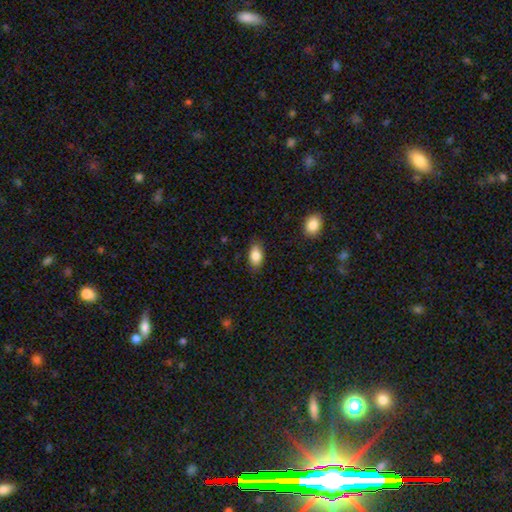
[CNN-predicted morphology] Overall: smooth (86%). How rounded: in between (91%). Merging: none (84%).